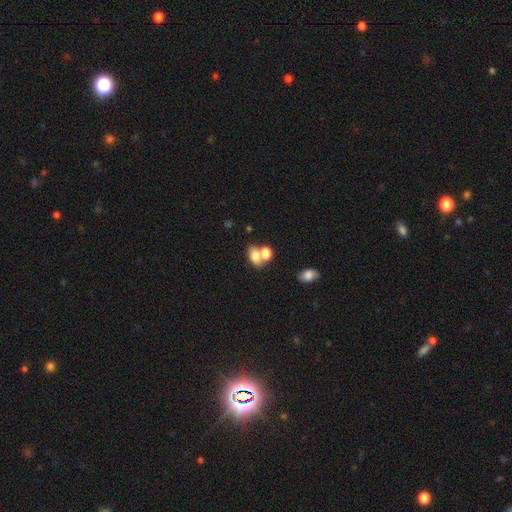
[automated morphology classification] Smooth or featured? Predicted: smooth (p=0.76). How rounded? Predicted: in between (p=0.76). Merging? Predicted: merger (p=0.53).